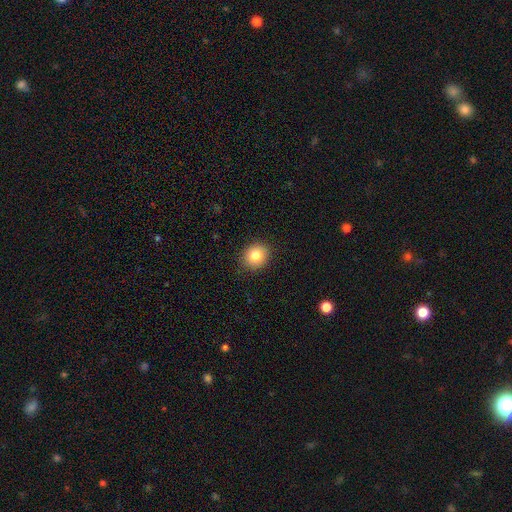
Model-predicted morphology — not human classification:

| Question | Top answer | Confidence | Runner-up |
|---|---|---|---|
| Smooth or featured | smooth | 82% | star or artifact (10%) |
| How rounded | round | 81% | in between (18%) |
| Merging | none | 90% | minor disturbance (7%) |